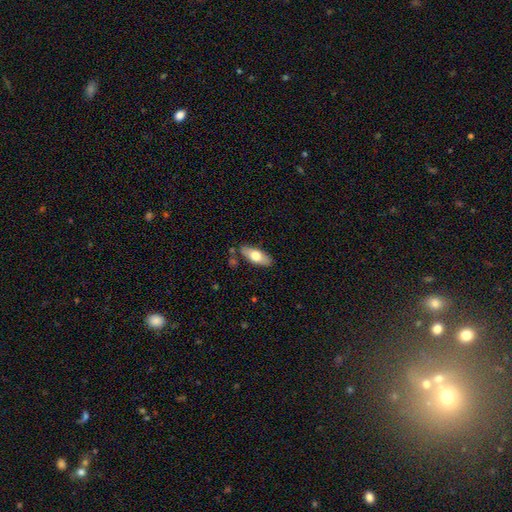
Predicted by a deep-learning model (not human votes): Morphology: type=smooth (66%); roundness=in between (80%); merging=none (81%).